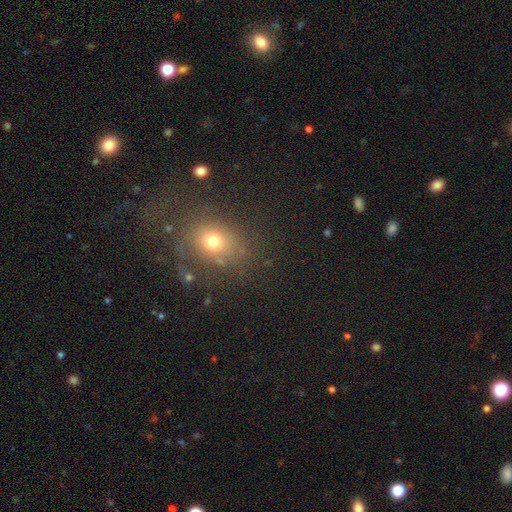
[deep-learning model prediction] A smooth galaxy with no disk features (58%) that is round (55%). Merging: none (72%).